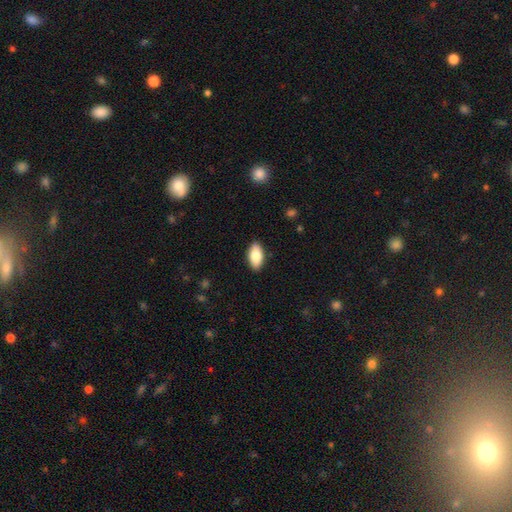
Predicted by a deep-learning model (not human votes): Q: Smooth or featured?
A: smooth (77%); runner-up: featured or disk (16%)
Q: How rounded?
A: in between (89%); runner-up: cigar-shaped (7%)
Q: Merging?
A: none (88%); runner-up: minor disturbance (9%)